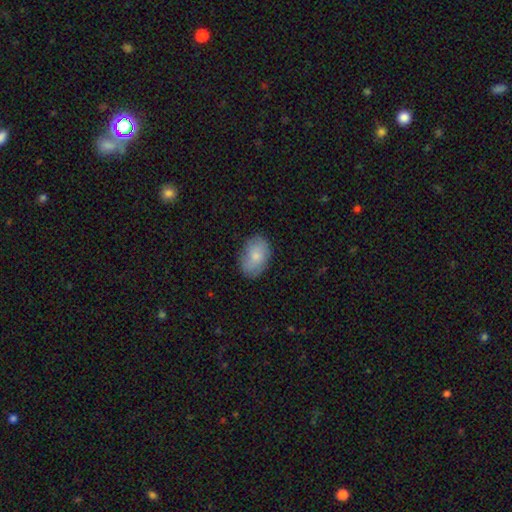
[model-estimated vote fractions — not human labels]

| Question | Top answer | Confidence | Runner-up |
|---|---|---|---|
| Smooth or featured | smooth | 78% | featured or disk (15%) |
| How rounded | in between | 86% | round (13%) |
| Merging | none | 81% | minor disturbance (15%) |